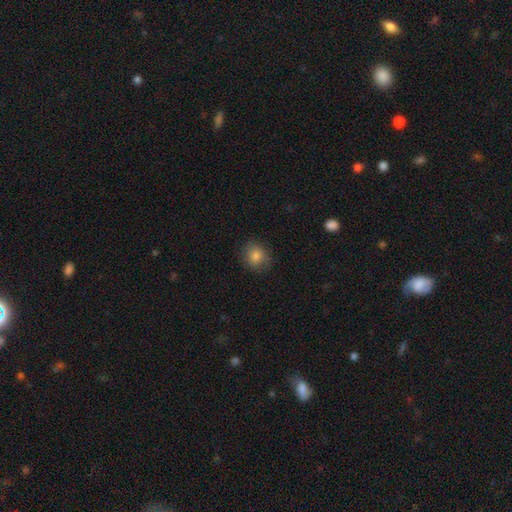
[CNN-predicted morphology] smooth-or-featured: smooth: 82% | star or artifact: 10% | featured or disk: 8%
  how-rounded: round: 74% | in between: 25% | cigar-shaped: 1%
  merging: none: 83% | minor disturbance: 13% | major disturbance: 3% | merger: 1%